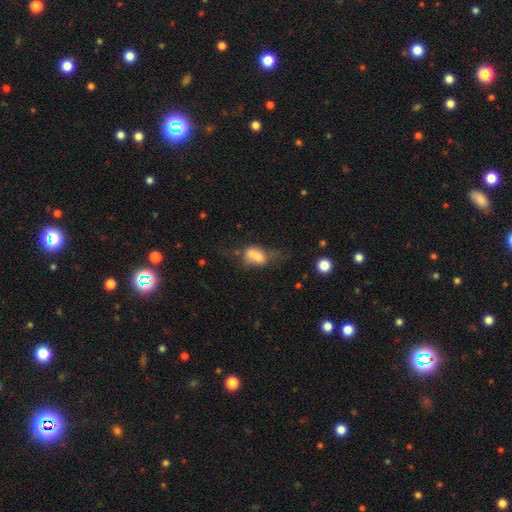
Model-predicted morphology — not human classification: Smooth or featured?
  - smooth: 59% *
  - featured or disk: 29%
  - star or artifact: 12%
How rounded?
  - in between: 68% *
  - round: 29%
  - cigar-shaped: 4%
Merging?
  - merger: 51% *
  - none: 19%
  - major disturbance: 17%
  - minor disturbance: 13%